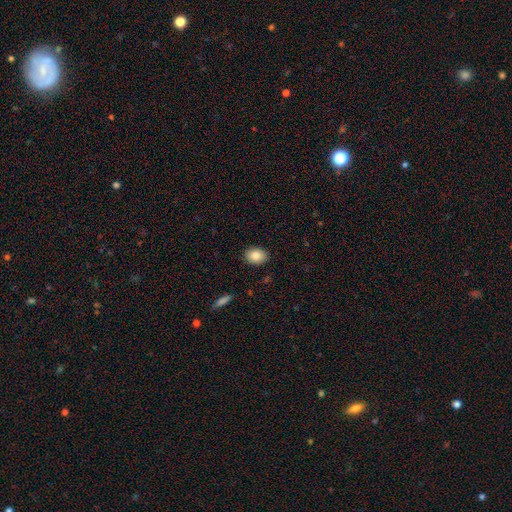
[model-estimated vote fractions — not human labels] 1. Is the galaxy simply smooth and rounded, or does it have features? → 86% smooth, 8% star or artifact, 6% featured or disk.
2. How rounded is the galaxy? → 77% in between, 22% round, 1% cigar-shaped.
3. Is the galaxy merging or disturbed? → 88% none, 9% minor disturbance, 2% major disturbance, 1% merger.